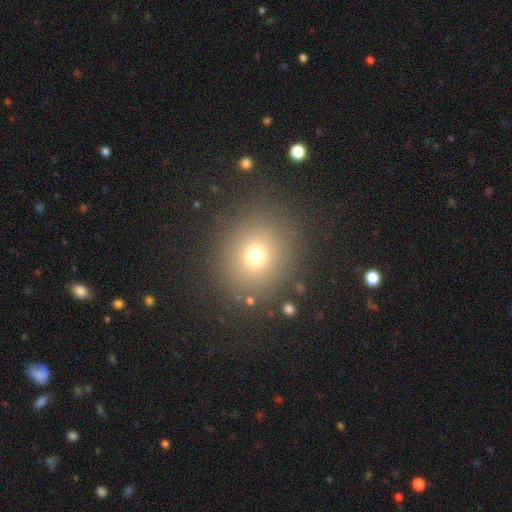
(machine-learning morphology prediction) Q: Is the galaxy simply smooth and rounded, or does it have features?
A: smooth — 70%.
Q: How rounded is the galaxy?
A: round — 80%.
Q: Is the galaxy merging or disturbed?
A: none — 85%.